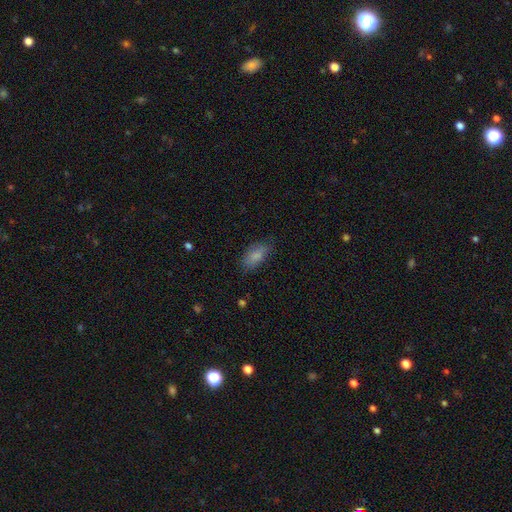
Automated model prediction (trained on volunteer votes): Overall: smooth (83%). How rounded: in between (88%). Merging: none (73%).